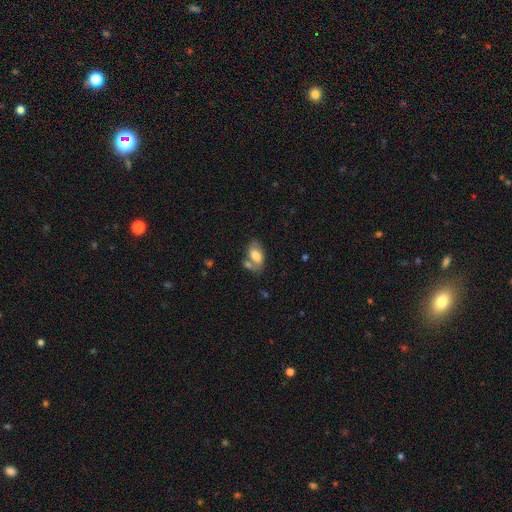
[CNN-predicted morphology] A smooth galaxy with no disk features (74%) that is in between round and cigar-shaped (92%).

Vote fractions:
- Smooth or featured? smooth: 74% / featured or disk: 19% / star or artifact: 7%
- How rounded? in between: 92% / round: 5% / cigar-shaped: 3%
- Merging? none: 46% / merger: 28% / minor disturbance: 18% / major disturbance: 7%